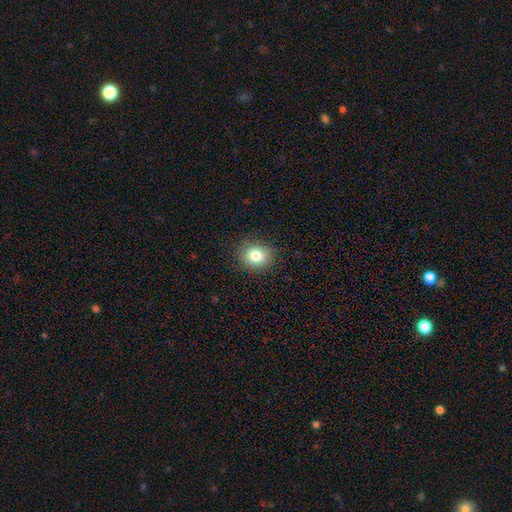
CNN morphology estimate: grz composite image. It shows a smooth galaxy with no disk features (82%) that is round (66%). Merging: none (87%).